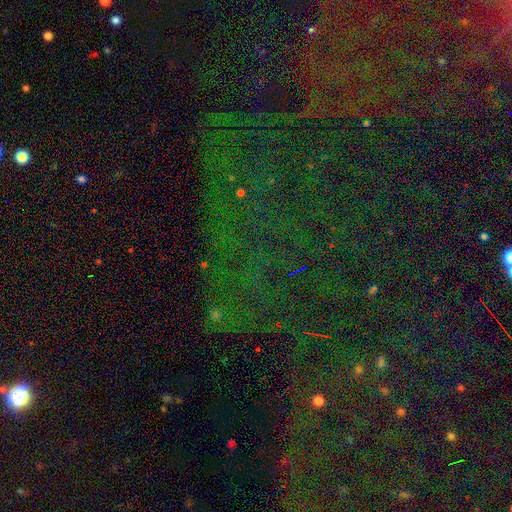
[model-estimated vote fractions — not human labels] Q: Smooth or featured?
A: star or artifact (80%); runner-up: smooth (11%)